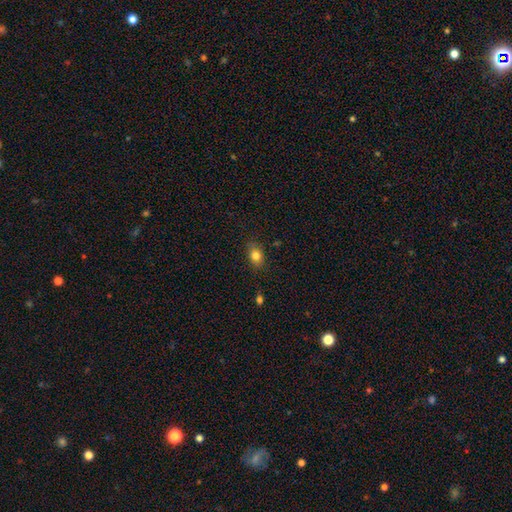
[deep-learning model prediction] This appears to be a smooth galaxy with no disk features (82%) that is in between round and cigar-shaped (65%). Merging: none (82%).